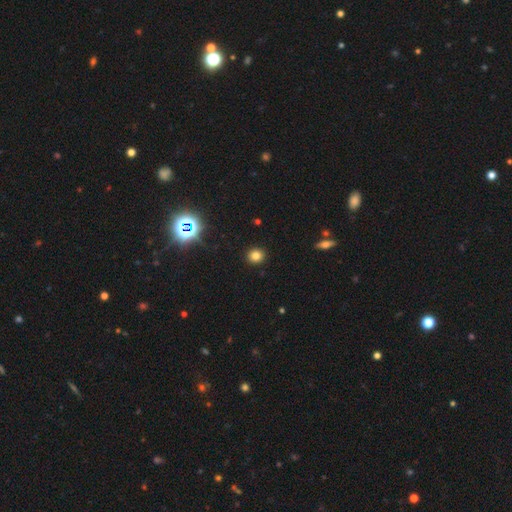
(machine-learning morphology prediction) smooth-or-featured: smooth: 79% | star or artifact: 16% | featured or disk: 5%
  how-rounded: round: 87% | in between: 12% | cigar-shaped: 1%
  merging: none: 92% | minor disturbance: 5% | major disturbance: 2% | merger: 1%